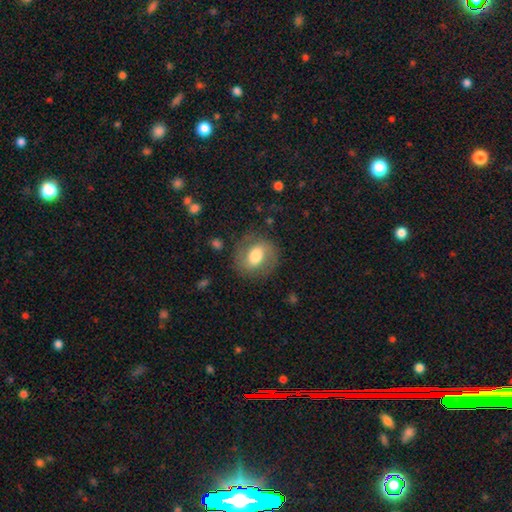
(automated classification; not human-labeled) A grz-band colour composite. It shows a smooth galaxy with no disk features (47%). Merging: none (78%).